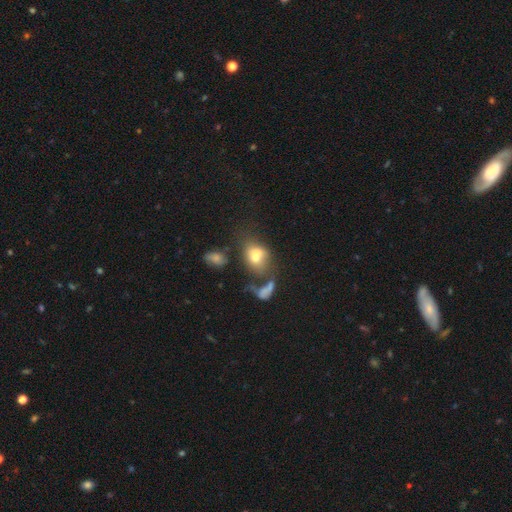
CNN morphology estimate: smooth-or-featured: smooth: 63% | featured or disk: 24% | star or artifact: 13%
  how-rounded: in between: 67% | round: 31% | cigar-shaped: 2%
  merging: merger: 40% | none: 27% | major disturbance: 18% | minor disturbance: 15%